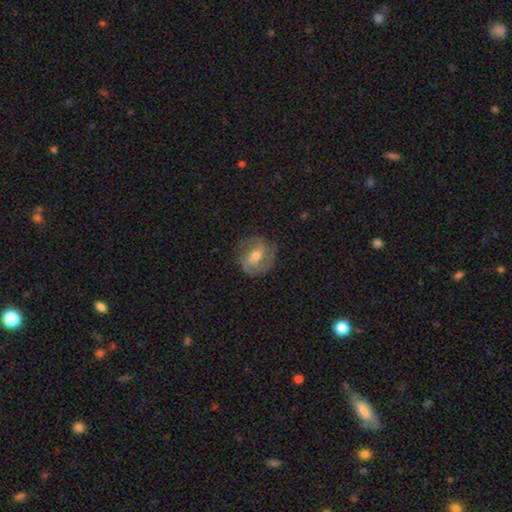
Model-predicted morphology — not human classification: smooth-or-featured: featured or disk: 76% | smooth: 18% | star or artifact: 7%
  disk-edge-on: no: 97% | yes: 3%
    bar: weak: 44% | no: 34% | strong: 22%
    has-spiral-arms: yes: 92% | no: 8%
      spiral-winding: medium: 46% | tight: 39% | loose: 15%
      spiral-arm-count: 2: 72% | can't tell: 11% | 3: 10% | 1: 3% | 4: 2% | more than 4: 2%
    bulge-size: moderate: 64% | small: 31% | large: 4% | none: 1% | dominant: 1%
  merging: none: 75% | minor disturbance: 16% | major disturbance: 7% | merger: 1%